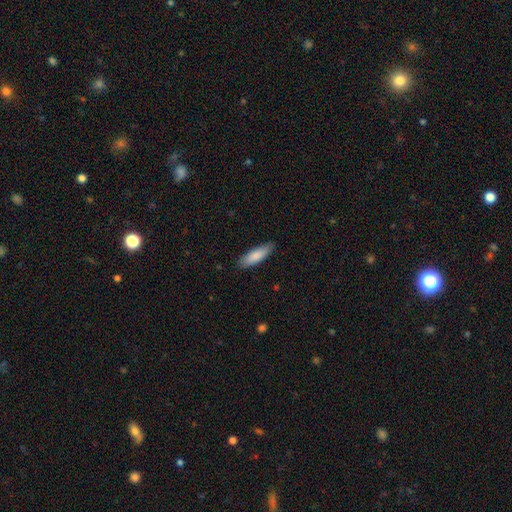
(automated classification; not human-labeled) Overall: smooth (85%). How rounded: cigar-shaped (52%; in between 46%). Merging: none (86%).